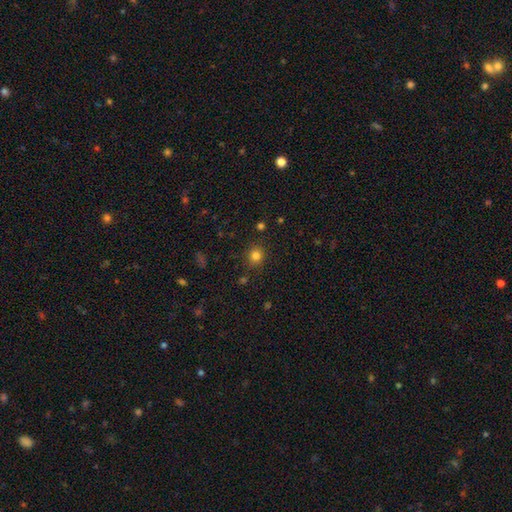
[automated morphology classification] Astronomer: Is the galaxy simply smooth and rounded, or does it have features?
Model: smooth — 81%.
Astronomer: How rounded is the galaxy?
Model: round — 88%.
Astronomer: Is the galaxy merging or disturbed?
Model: none — 86%.